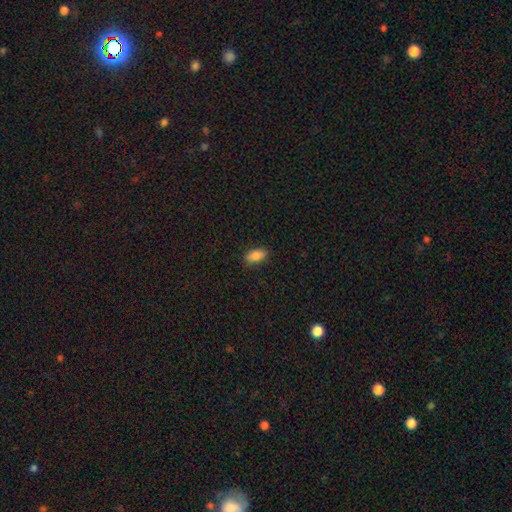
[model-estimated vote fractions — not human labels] Smooth or featured? smooth (84%)
How rounded? in between (88%)
Merging? none (85%)